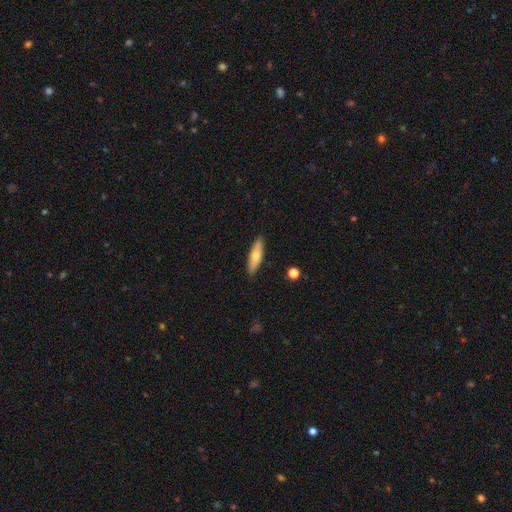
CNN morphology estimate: smooth 63%, featured or disk 31%, star or artifact 6%. Down the decision tree: how rounded — cigar-shaped (56%); merging — none (88%).